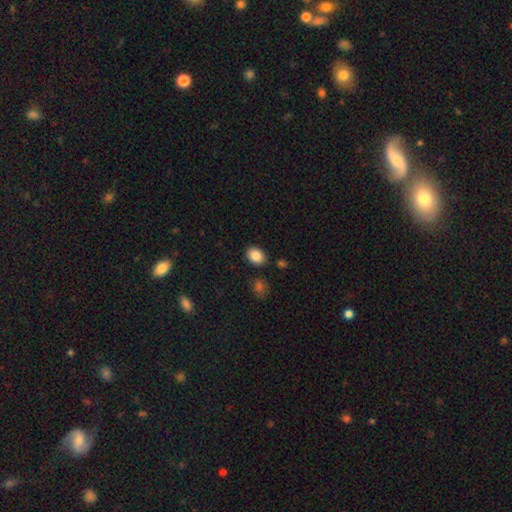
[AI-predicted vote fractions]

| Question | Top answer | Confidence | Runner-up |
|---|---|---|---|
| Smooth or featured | smooth | 86% | star or artifact (8%) |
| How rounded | in between | 69% | round (30%) |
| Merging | none | 86% | minor disturbance (9%) |